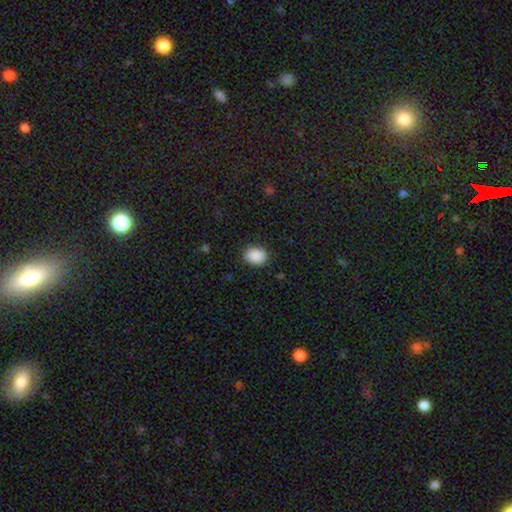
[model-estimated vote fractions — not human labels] Morphology: type=smooth (90%); roundness=in between (61%); merging=none (87%).